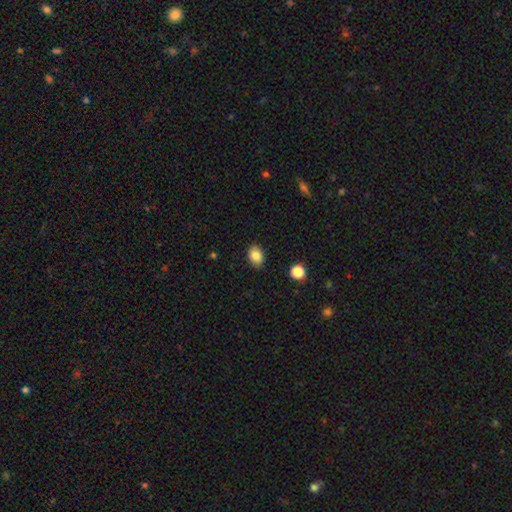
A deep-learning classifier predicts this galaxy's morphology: type=smooth (86%); roundness=in between (76%); merging=none (85%).